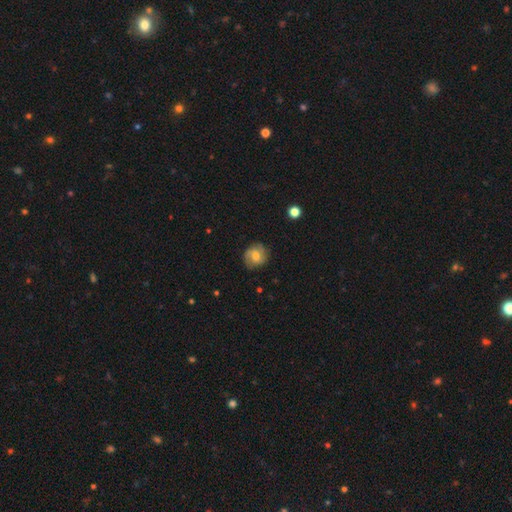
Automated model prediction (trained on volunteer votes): smooth_or_featured: smooth (p=0.50) [alt: featured or disk p=0.41]
merging: none (p=0.81) [alt: minor disturbance p=0.15]